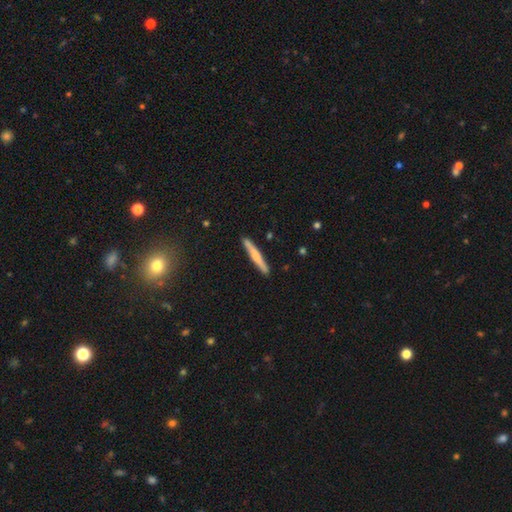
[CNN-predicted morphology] smooth-or-featured: smooth: 57% | featured or disk: 37% | star or artifact: 6%
  how-rounded: cigar-shaped: 96% | in between: 3% | round: 1%
  merging: none: 90% | minor disturbance: 8% | major disturbance: 1% | merger: 1%